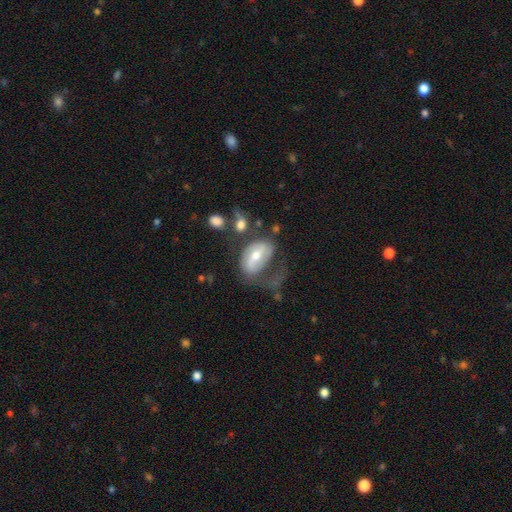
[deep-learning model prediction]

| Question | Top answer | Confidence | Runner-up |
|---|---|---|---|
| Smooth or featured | featured or disk | 61% | smooth (32%) |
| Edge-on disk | no | 94% | yes (6%) |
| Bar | weak | 38% | strong (37%) |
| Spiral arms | yes | 66% | no (34%) |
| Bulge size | moderate | 63% | small (28%) |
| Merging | major disturbance | 41% | none (30%) |